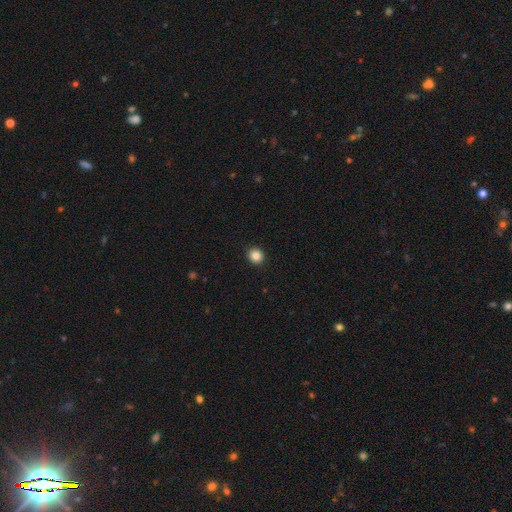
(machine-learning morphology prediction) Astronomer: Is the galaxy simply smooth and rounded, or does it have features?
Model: smooth — 85%.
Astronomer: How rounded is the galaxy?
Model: round — 90%.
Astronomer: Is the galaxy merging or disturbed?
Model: none — 93%.